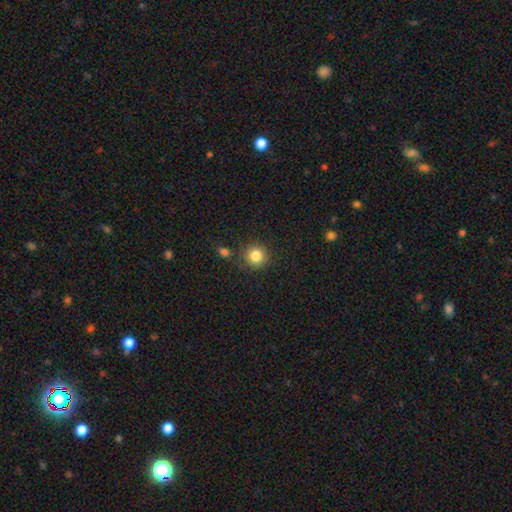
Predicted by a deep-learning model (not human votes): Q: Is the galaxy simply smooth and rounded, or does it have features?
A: smooth — 84%.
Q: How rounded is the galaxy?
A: round — 92%.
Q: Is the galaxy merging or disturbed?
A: none — 83%.